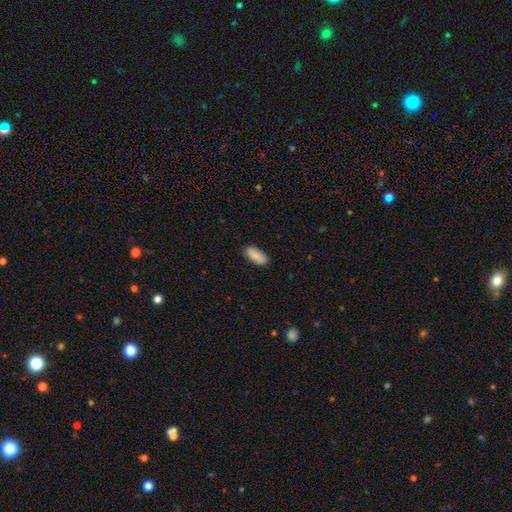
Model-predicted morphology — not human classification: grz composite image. It shows a smooth galaxy with no disk features (88%) that is in between round and cigar-shaped (82%). Merging: none (86%).